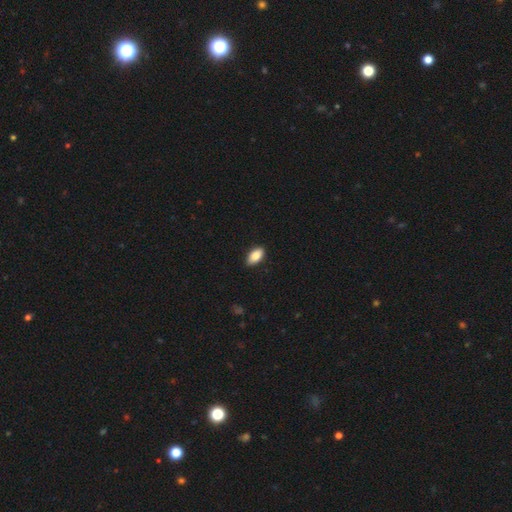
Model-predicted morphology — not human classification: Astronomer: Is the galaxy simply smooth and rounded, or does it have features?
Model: smooth — 88%.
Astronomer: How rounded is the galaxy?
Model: in between — 93%.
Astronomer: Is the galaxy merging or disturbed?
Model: none — 87%.